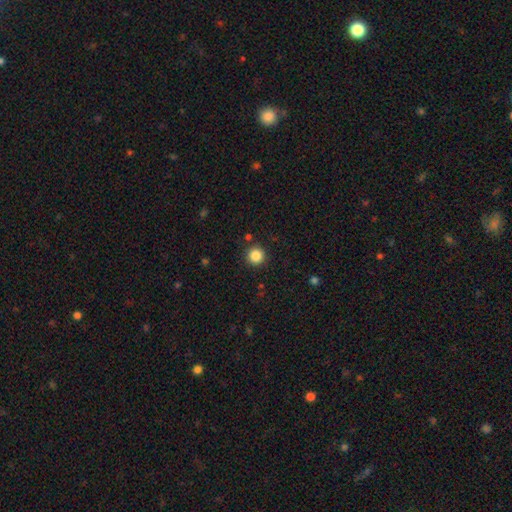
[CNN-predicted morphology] A smooth galaxy with no disk features (86%) that is round (96%). Merging: none (91%).